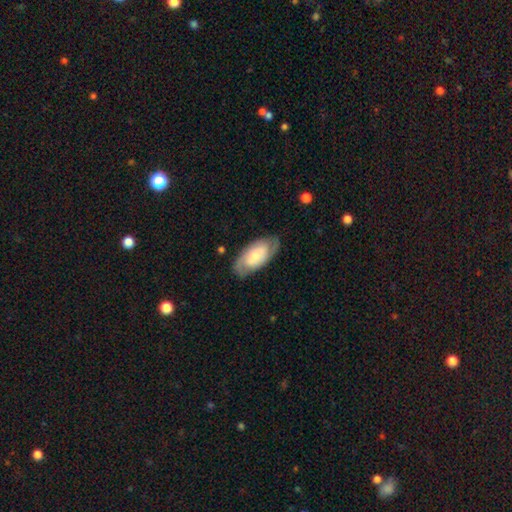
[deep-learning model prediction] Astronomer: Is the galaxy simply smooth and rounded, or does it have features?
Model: featured or disk — 58% (runner-up: smooth, 37%).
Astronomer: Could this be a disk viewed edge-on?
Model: no — 93%.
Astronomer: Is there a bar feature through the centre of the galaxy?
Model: no — 55% (runner-up: weak, 33%).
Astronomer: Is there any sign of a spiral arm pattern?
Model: yes — 84%.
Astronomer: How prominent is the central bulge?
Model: small — 51% (runner-up: moderate, 32%).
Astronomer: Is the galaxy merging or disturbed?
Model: none — 77%.